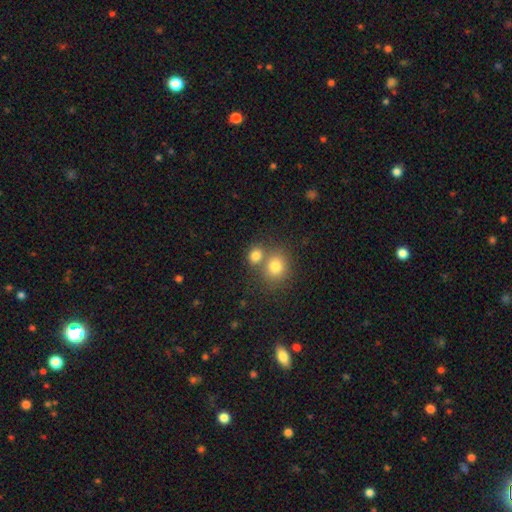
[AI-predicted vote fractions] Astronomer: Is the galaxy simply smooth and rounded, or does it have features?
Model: smooth — 80%.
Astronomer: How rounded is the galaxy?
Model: round — 65%.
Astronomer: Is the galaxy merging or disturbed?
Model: none — 47% (runner-up: merger, 41%).